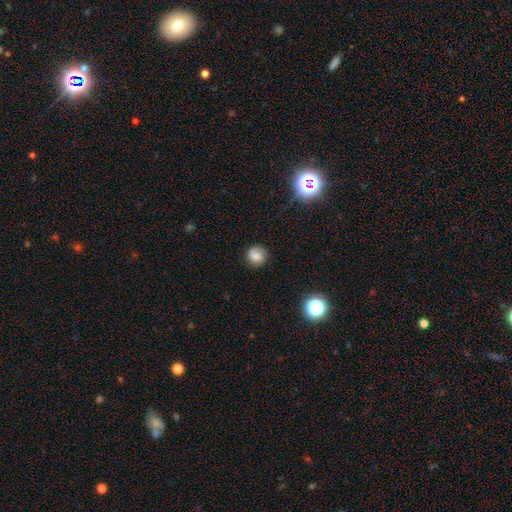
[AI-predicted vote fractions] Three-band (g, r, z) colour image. It shows a smooth galaxy with no disk features (69%) that is round (90%). Merging: none (82%).